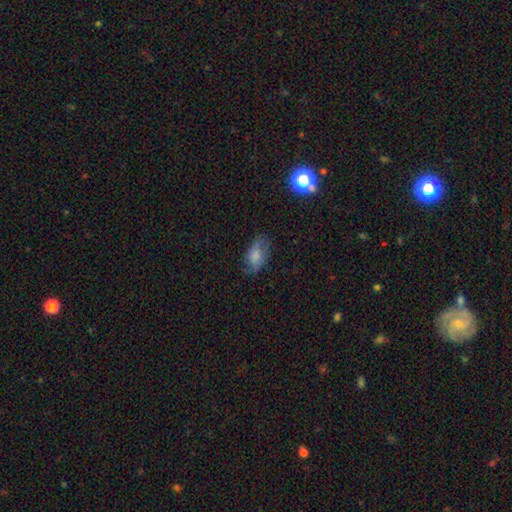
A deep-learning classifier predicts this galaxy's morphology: smooth_or_featured: smooth (p=0.63) [alt: featured or disk p=0.27]
how_rounded: in between (p=0.89) [alt: round p=0.08]
merging: none (p=0.58) [alt: minor disturbance p=0.27]